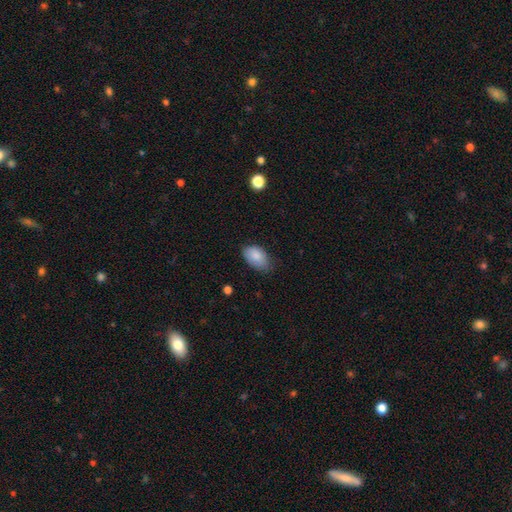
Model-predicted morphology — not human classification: Smooth or featured?
  - smooth: 87% *
  - star or artifact: 7%
  - featured or disk: 6%
How rounded?
  - in between: 92% *
  - round: 7%
  - cigar-shaped: 1%
Merging?
  - none: 65% *
  - minor disturbance: 29%
  - major disturbance: 5%
  - merger: 1%